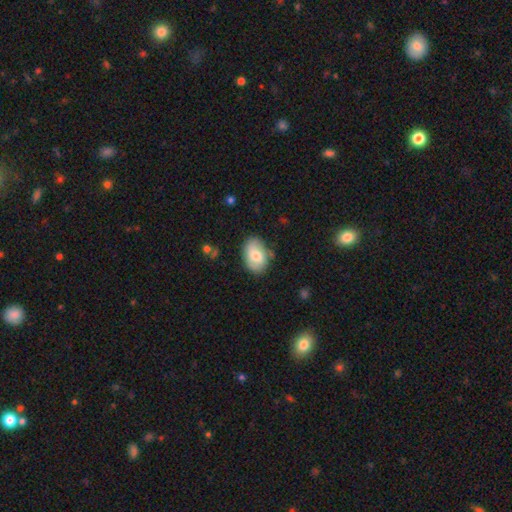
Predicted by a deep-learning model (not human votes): This is possibly a smooth galaxy (58%). How rounded: clearly in between (83%). Merging: likely none (72%).